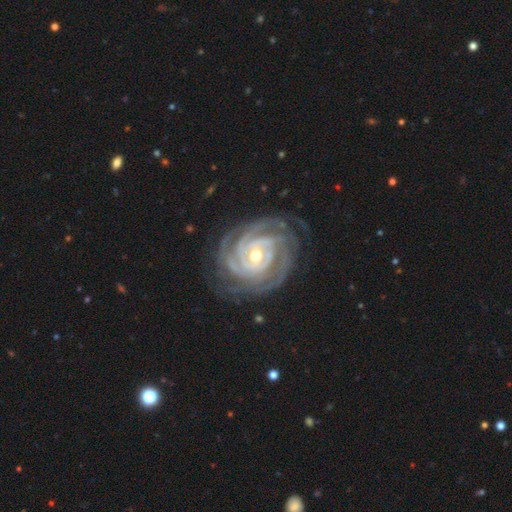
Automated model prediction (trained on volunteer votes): A featured or disk galaxy (93%) with no bar (56%), 3 (29%) tight (83%) spiral arms (99%) and a moderate central bulge (59%). Merging: none (77%).